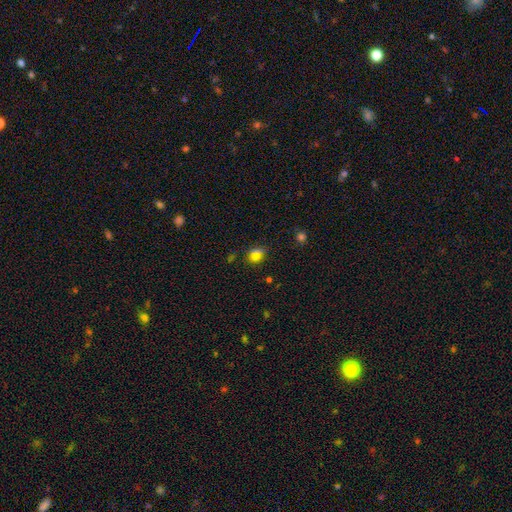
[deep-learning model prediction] smooth_or_featured: smooth (p=0.64) [alt: star or artifact p=0.28]
how_rounded: round (p=0.70) [alt: in between p=0.28]
merging: none (p=0.73) [alt: minor disturbance p=0.12]